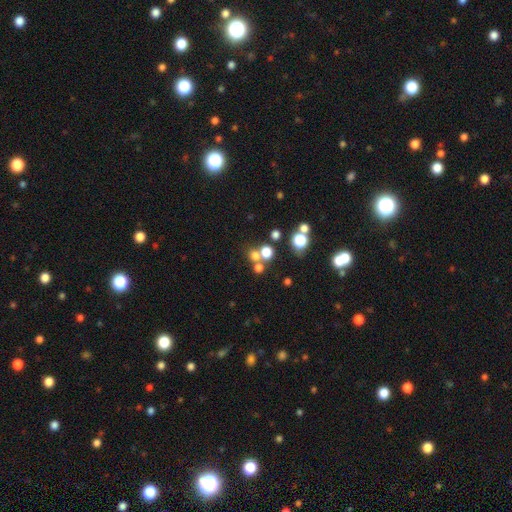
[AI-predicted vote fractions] Smooth or featured? Predicted: smooth (p=0.64). How rounded? Predicted: round (p=0.85). Merging? Predicted: none (p=0.55).